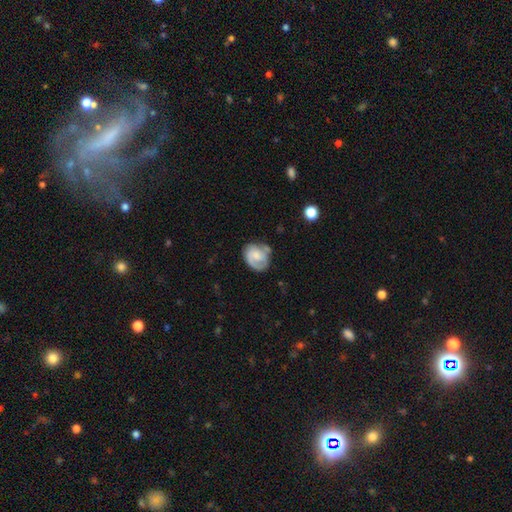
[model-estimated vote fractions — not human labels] This is possibly a featured or disk galaxy (59%). It is clearly not viewed edge-on (98%). Bar: likely no (64%). Spiral arm pattern: clearly yes (82%). Central bulge: possibly small (48%). Merging: possibly none (53%).